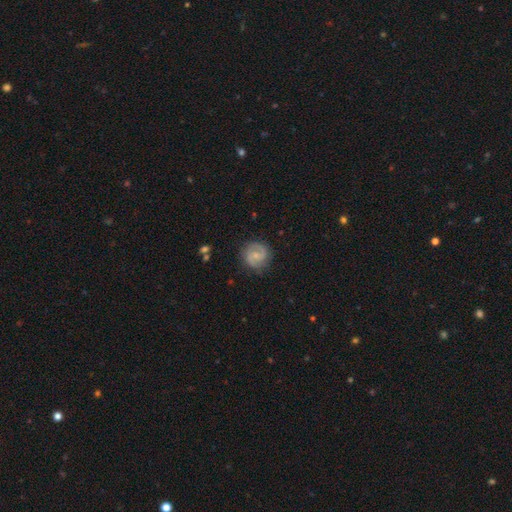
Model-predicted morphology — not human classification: Smooth or featured?
  - featured or disk: 71% *
  - smooth: 23%
  - star or artifact: 6%
Edge-on disk?
  - no: 98% *
  - yes: 2%
Bar?
  - weak: 50% *
  - no: 40%
  - strong: 11%
Spiral arms?
  - yes: 93% *
  - no: 7%
Spiral winding?
  - medium: 51% *
  - tight: 29%
  - loose: 20%
Spiral arm count?
  - 2: 88% *
  - can't tell: 6%
  - 1: 3%
  - 3: 2%
  - 4: 1%
  - more than 4: 1%
Bulge size?
  - small: 58% *
  - moderate: 26%
  - none: 14%
  - large: 1%
  - dominant: 1%
Merging?
  - none: 82% *
  - minor disturbance: 13%
  - major disturbance: 4%
  - merger: 1%